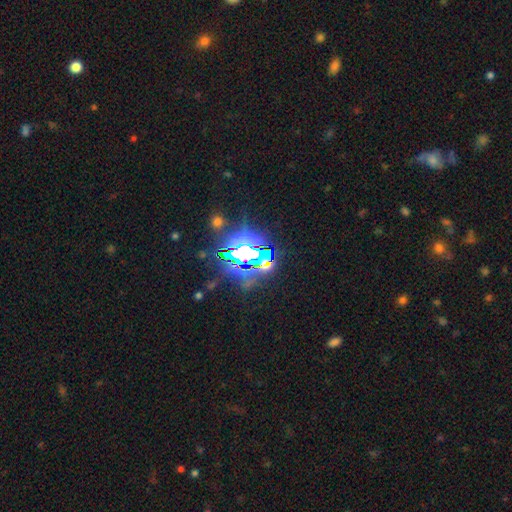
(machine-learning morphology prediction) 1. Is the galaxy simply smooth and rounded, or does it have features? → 80% star or artifact, 11% featured or disk, 9% smooth.